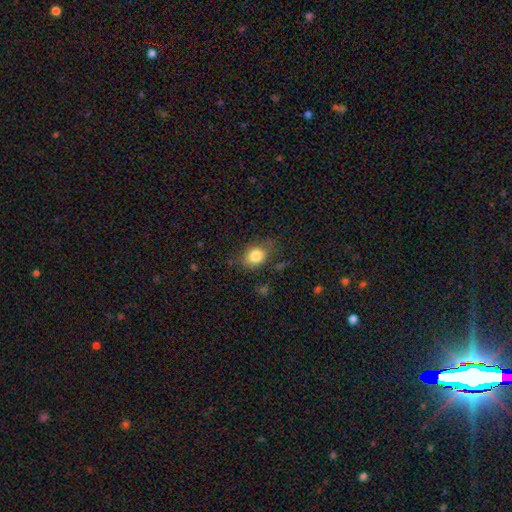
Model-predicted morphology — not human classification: A smooth galaxy with no disk features (83%) that is in between round and cigar-shaped (65%). Merging: none (71%).